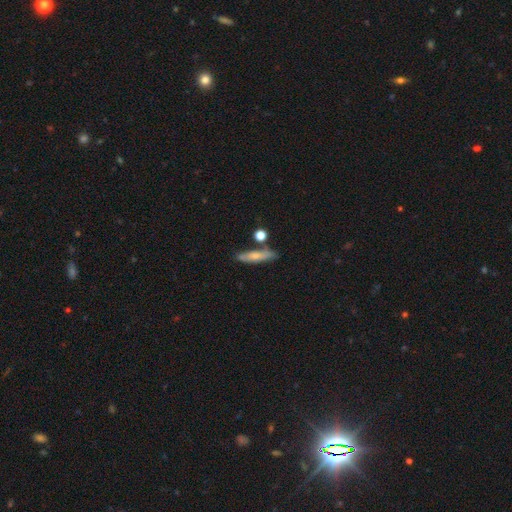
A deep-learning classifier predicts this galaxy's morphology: Smooth or featured: smooth — 67% (featured or disk — 26%)
How rounded: cigar-shaped — 75% (in between — 21%)
Merging: none — 71% (minor disturbance — 16%)